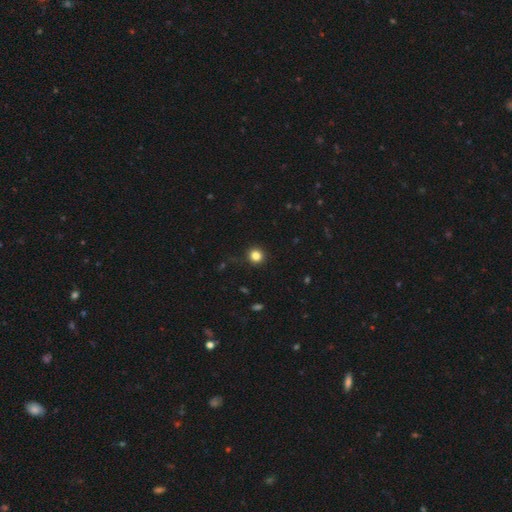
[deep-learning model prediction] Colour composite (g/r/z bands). It shows a smooth galaxy with no disk features (83%) that is round (92%). Merging: none (91%).